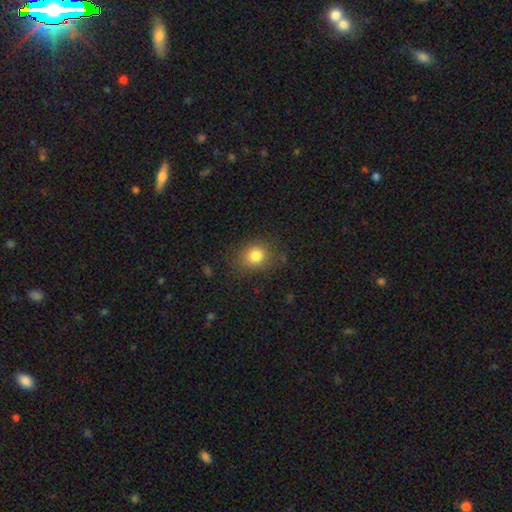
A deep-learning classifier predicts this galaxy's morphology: A smooth galaxy with no disk features (81%) that is round (72%). Merging: none (82%).